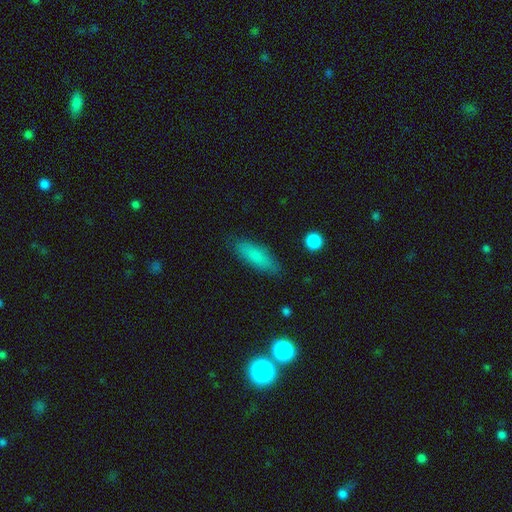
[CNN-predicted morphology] smooth-or-featured: smooth: 78% | featured or disk: 15% | star or artifact: 8%
  how-rounded: in between: 53% | cigar-shaped: 45% | round: 3%
  merging: none: 84% | minor disturbance: 11% | major disturbance: 3% | merger: 1%